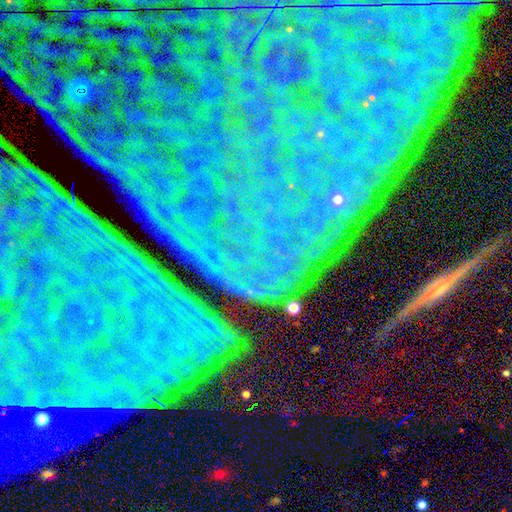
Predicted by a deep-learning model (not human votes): Q: Smooth or featured?
A: star or artifact (80%); runner-up: featured or disk (12%)